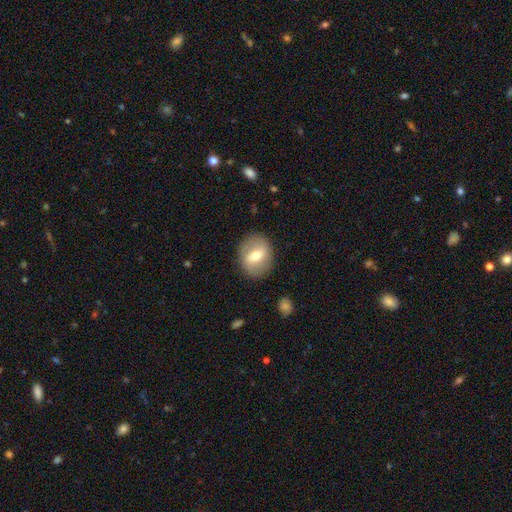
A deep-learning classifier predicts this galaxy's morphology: A smooth galaxy with no disk features (54%) that is round (54%). Merging: none (85%).